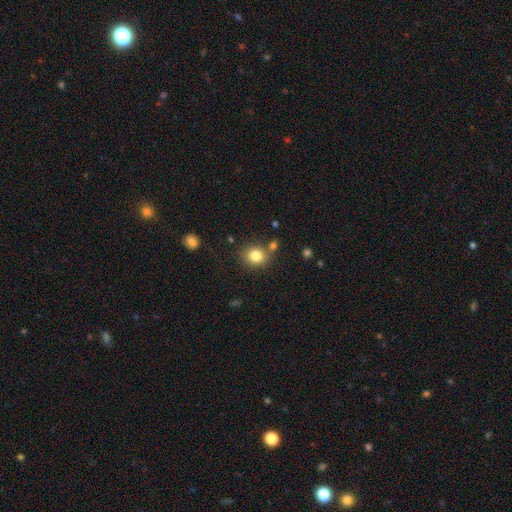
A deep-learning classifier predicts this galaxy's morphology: smooth 82%, star or artifact 11%, featured or disk 7%. Down the decision tree: how rounded — round (74%); merging — none (75%).